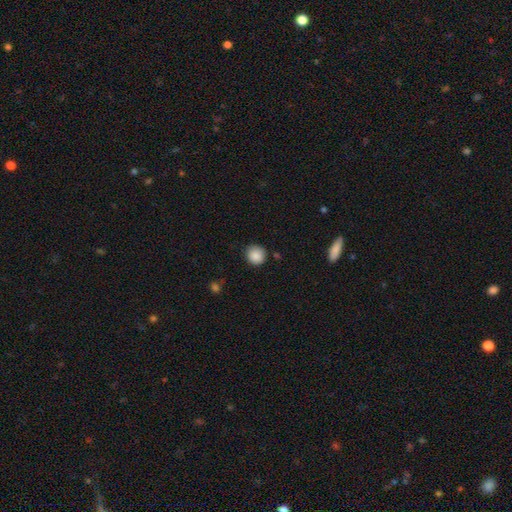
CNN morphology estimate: A smooth galaxy with no disk features (87%) that is round (91%). Merging: none (85%).